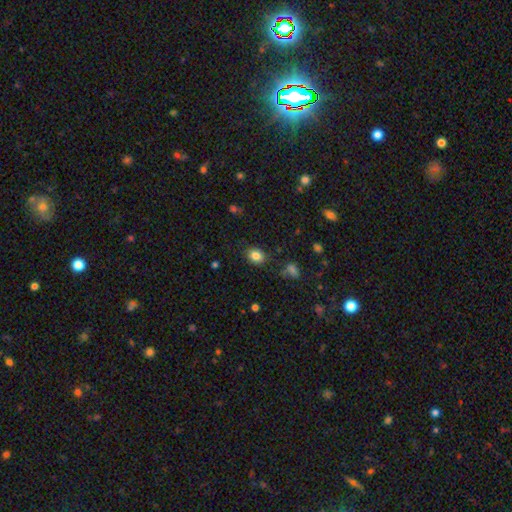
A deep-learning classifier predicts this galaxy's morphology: Smooth or featured? smooth (83%)
How rounded? in between (52%)
Merging? none (83%)